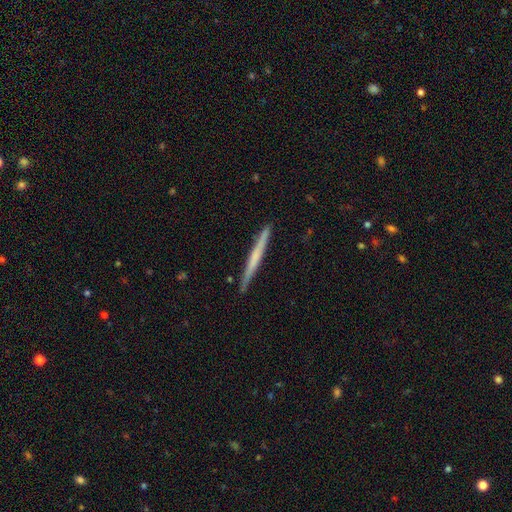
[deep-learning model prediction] Smooth or featured? Predicted: featured or disk (p=0.50). Edge-on disk? Predicted: yes (p=0.98). Merging? Predicted: none (p=0.91).